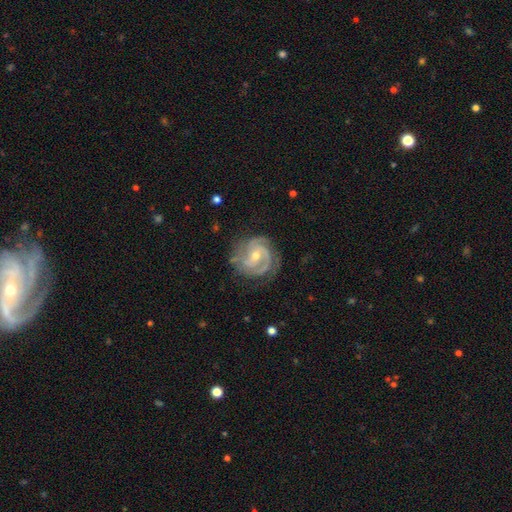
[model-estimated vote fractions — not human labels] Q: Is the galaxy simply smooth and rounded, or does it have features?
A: featured or disk — 89%.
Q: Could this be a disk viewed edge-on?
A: no — 98%.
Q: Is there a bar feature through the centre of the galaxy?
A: no — 44%.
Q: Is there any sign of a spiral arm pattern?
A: yes — 97%.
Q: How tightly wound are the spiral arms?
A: tight — 60%.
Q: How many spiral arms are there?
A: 2 — 44%.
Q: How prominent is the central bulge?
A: small — 49%.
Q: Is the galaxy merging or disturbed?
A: none — 74%.